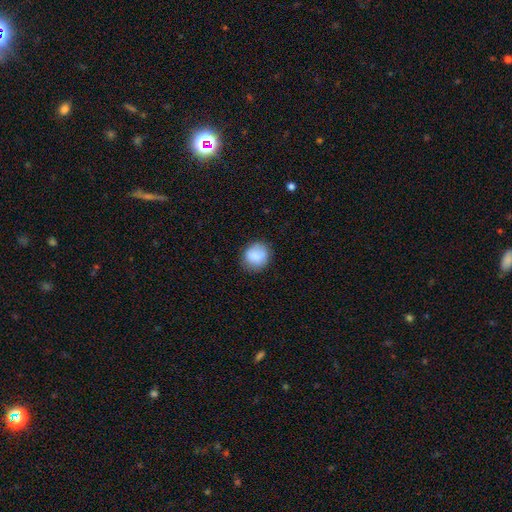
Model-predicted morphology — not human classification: Overall: smooth (86%). How rounded: round (75%). Merging: none (81%).